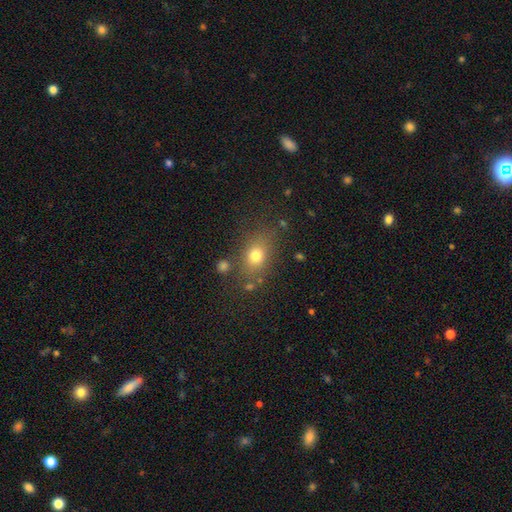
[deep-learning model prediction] smooth 74%, star or artifact 15%, featured or disk 12%. Down the decision tree: how rounded — in between (59%); merging — none (75%).